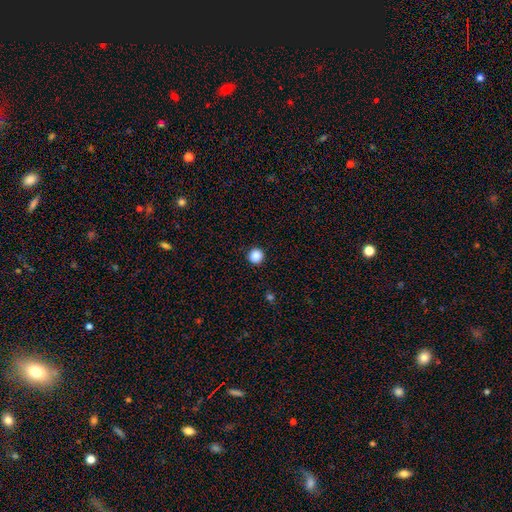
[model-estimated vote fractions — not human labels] Q: Smooth or featured?
A: smooth (88%); runner-up: star or artifact (10%)
Q: How rounded?
A: round (96%); runner-up: in between (3%)
Q: Merging?
A: none (93%); runner-up: minor disturbance (4%)